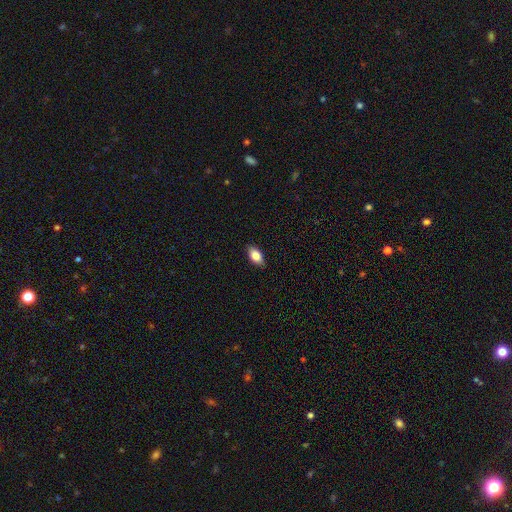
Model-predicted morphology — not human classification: smooth_or_featured: smooth (p=0.82) [alt: featured or disk p=0.10]
how_rounded: in between (p=0.91) [alt: round p=0.05]
merging: none (p=0.87) [alt: minor disturbance p=0.10]